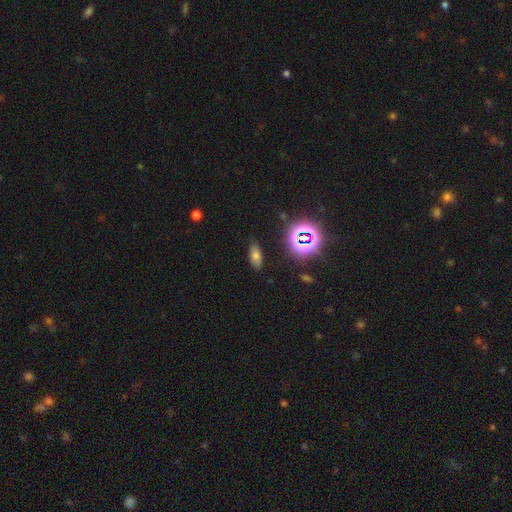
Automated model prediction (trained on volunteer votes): smooth-or-featured: smooth: 64% | star or artifact: 23% | featured or disk: 13%
  how-rounded: in between: 78% | cigar-shaped: 15% | round: 6%
  merging: none: 84% | minor disturbance: 11% | major disturbance: 3% | merger: 2%